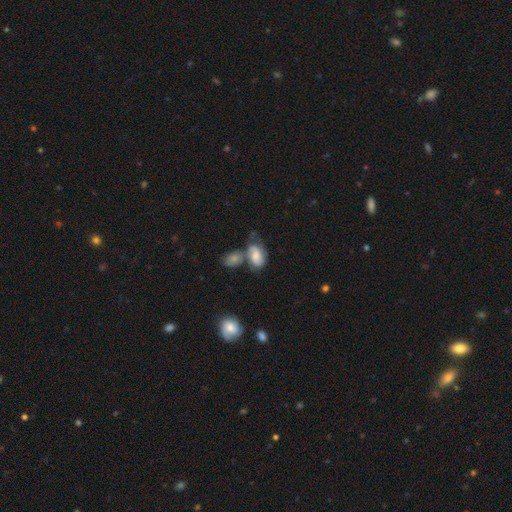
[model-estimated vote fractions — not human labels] A smooth galaxy with no disk features (66%) that is in between round and cigar-shaped (89%). Merging: merger (40%).